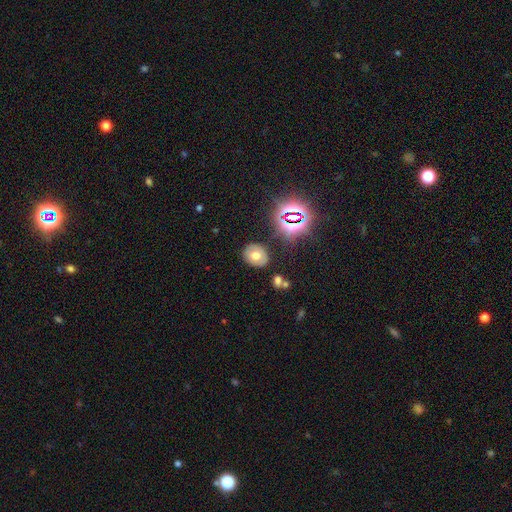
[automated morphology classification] This appears to be a smooth galaxy with no disk features (57%) that is in between round and cigar-shaped (50%). Merging: none (82%).